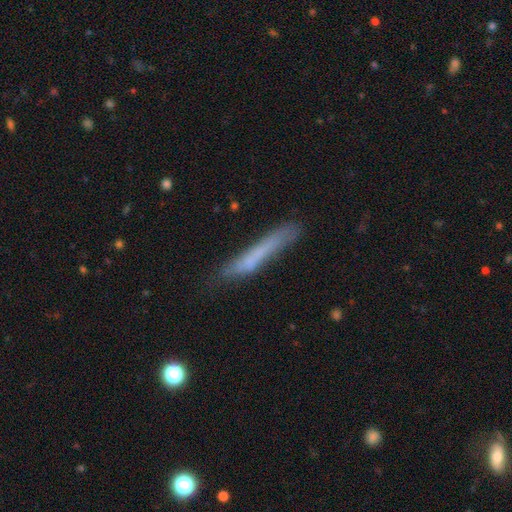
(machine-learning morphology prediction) This is possibly a smooth galaxy (60%). How rounded: clearly cigar-shaped (94%). Merging: likely none (65%).